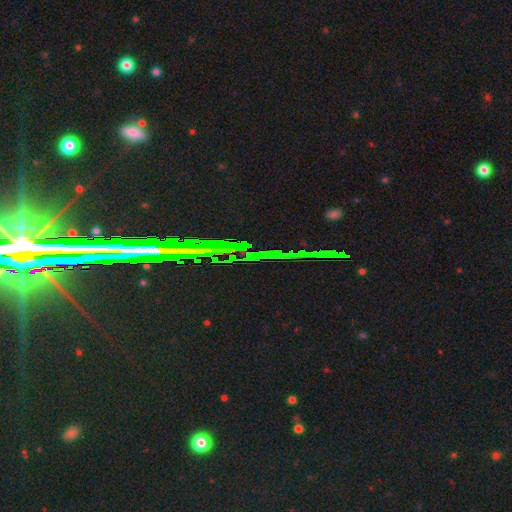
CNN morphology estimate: This appears to be a star or artifact, not a galaxy (82%).